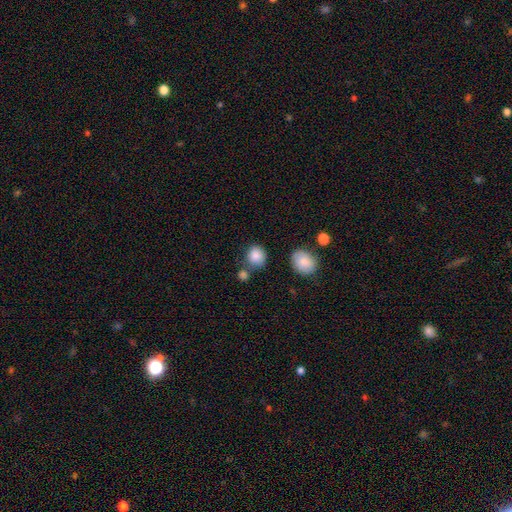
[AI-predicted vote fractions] Morphology: type=smooth (86%); roundness=round (76%); merging=none (68%).